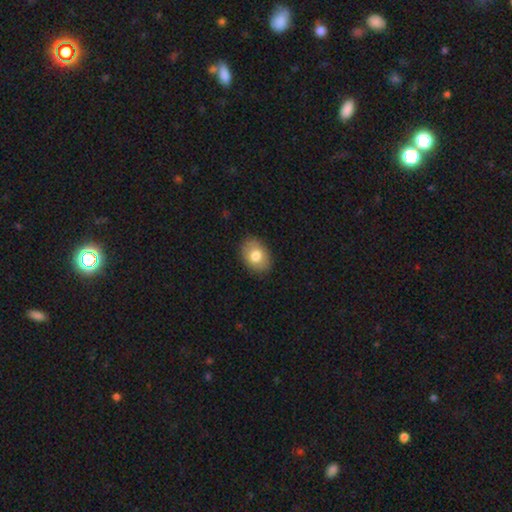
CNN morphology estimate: smooth 78%, featured or disk 14%, star or artifact 7%. Down the decision tree: how rounded — in between (79%); merging — none (87%).